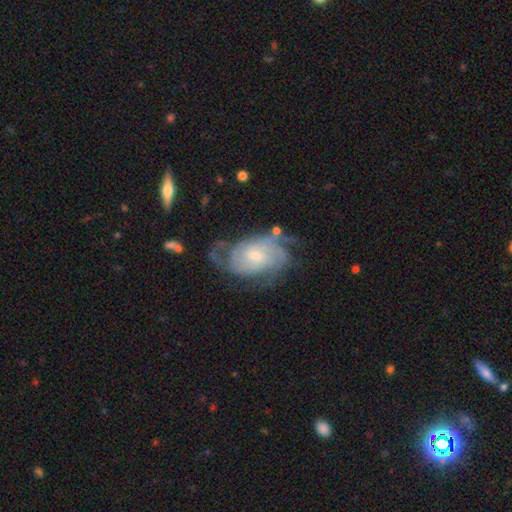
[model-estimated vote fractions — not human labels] A featured or disk galaxy (82%) with no bar (58%), tight (54%) spiral arms (93%) and a small central bulge (60%). Merging: none (56%).